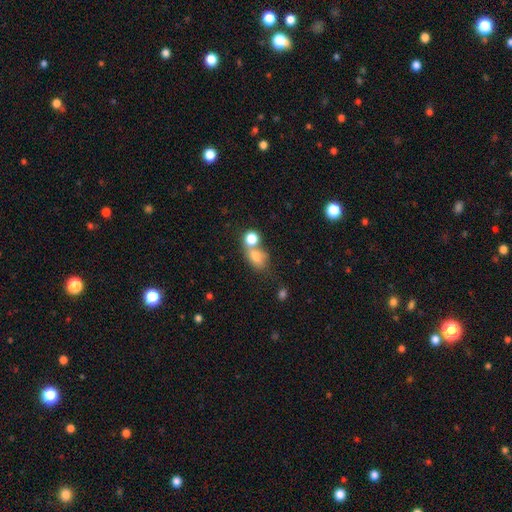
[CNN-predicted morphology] smooth 74%, featured or disk 14%, star or artifact 13%. Down the decision tree: how rounded — in between (64%); merging — merger (45%).